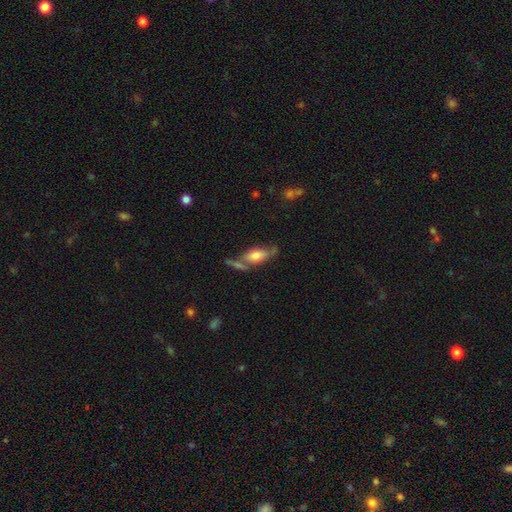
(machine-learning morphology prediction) smooth 58%, featured or disk 35%, star or artifact 8%. Down the decision tree: how rounded — in between (76%); merging — none (45%).